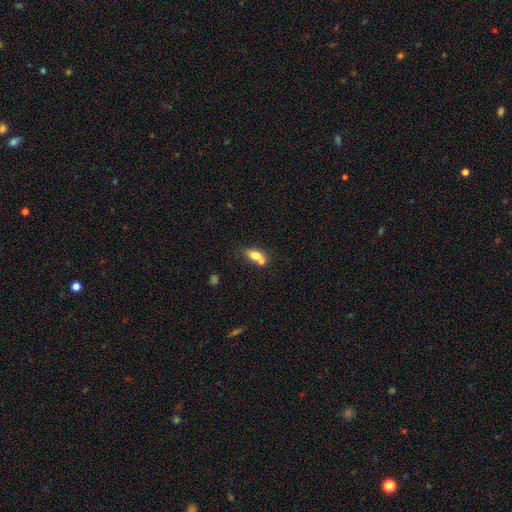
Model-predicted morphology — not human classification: smooth-or-featured: smooth: 72% | featured or disk: 19% | star or artifact: 9%
  how-rounded: in between: 77% | round: 14% | cigar-shaped: 9%
  merging: merger: 43% | none: 40% | minor disturbance: 13% | major disturbance: 5%